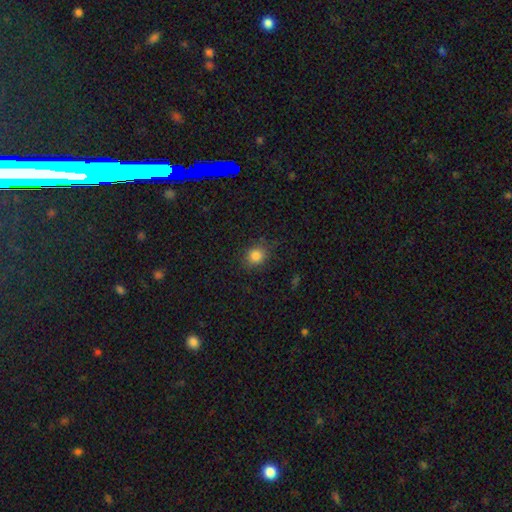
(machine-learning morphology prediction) Overall: smooth (83%). How rounded: round (70%). Merging: none (80%).